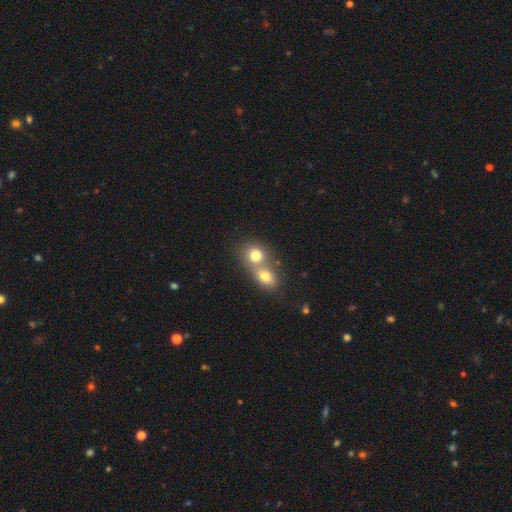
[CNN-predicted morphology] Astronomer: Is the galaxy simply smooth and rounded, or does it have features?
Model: smooth — 76%.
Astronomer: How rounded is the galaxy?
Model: round — 69%.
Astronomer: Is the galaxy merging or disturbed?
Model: merger — 64%.